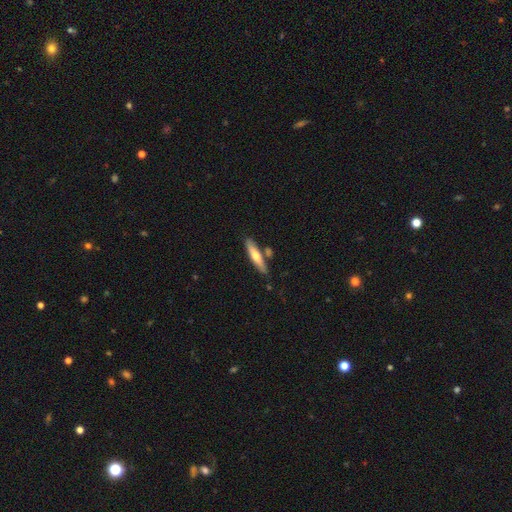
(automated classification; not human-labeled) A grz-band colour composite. It shows a smooth galaxy with no disk features (55%) that is cigar-shaped (83%). Merging: none (76%).